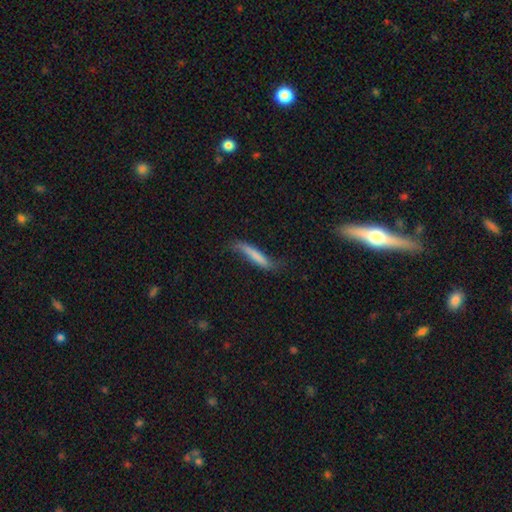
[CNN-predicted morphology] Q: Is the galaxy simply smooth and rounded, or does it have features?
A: smooth — 69%.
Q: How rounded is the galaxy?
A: cigar-shaped — 90%.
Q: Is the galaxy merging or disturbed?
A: none — 47%.